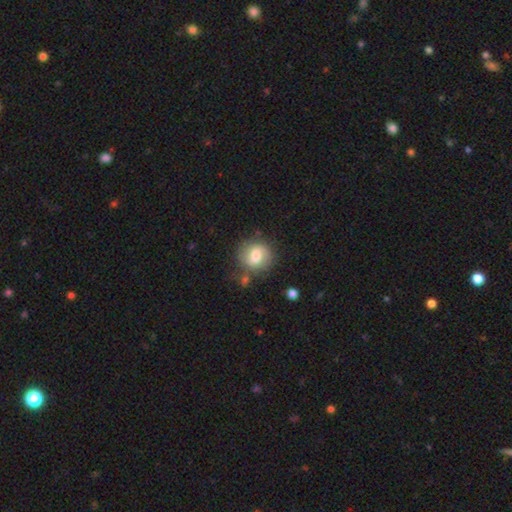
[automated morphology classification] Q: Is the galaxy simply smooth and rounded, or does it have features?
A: smooth — 63%.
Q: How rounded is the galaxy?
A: round — 79%.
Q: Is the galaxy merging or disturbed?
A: none — 71%.